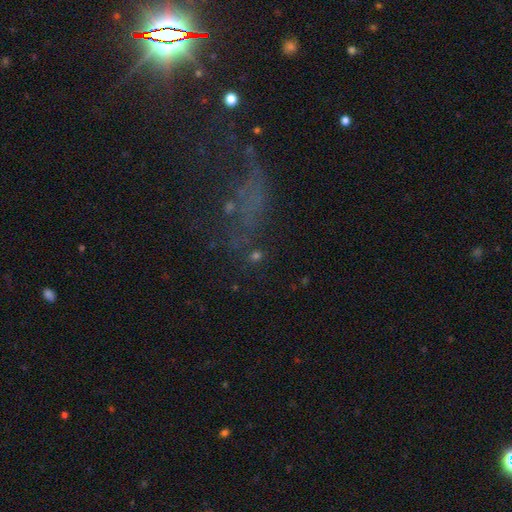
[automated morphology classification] type=star or artifact (43%).